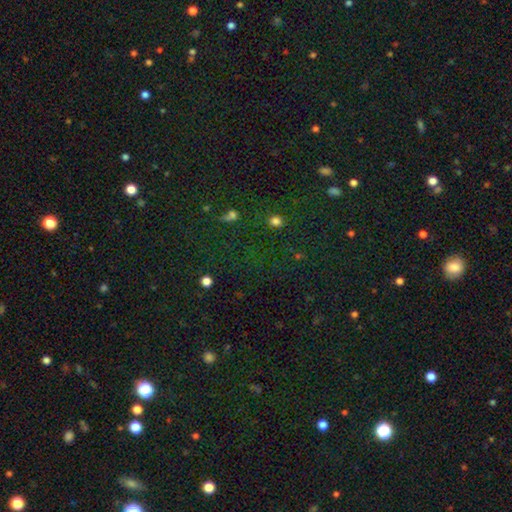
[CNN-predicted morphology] star or artifact 65%, smooth 26%, featured or disk 8%.